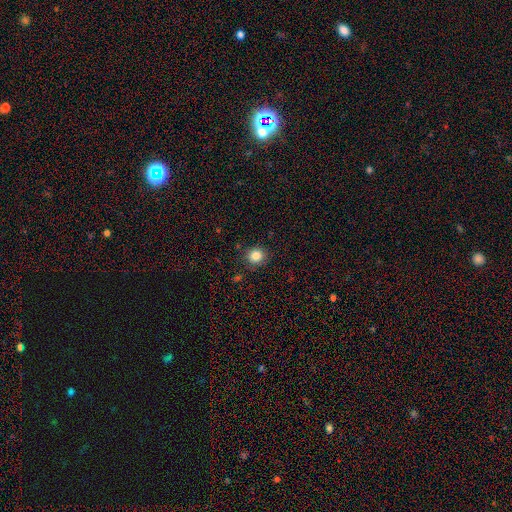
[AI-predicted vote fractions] Smooth or featured? Predicted: smooth (p=0.84). How rounded? Predicted: round (p=0.84). Merging? Predicted: none (p=0.86).